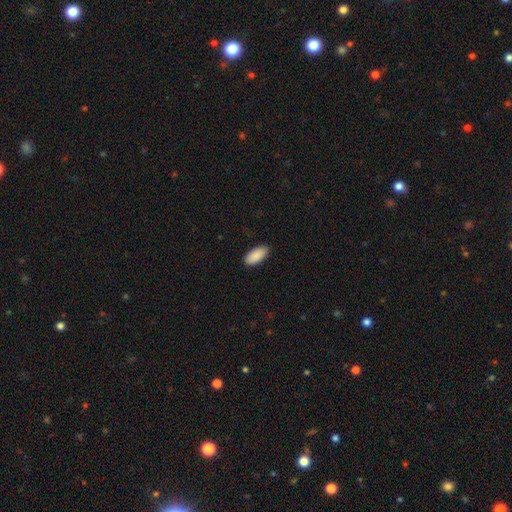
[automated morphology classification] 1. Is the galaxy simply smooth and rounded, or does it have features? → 91% smooth, 6% star or artifact, 3% featured or disk.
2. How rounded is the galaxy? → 91% in between, 7% cigar-shaped, 2% round.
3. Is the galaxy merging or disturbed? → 89% none, 9% minor disturbance, 2% major disturbance, 1% merger.